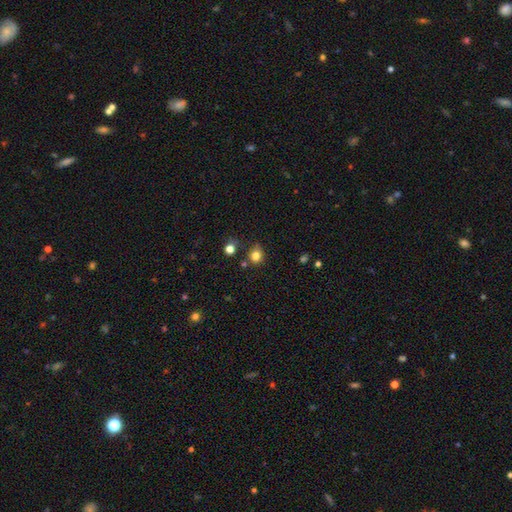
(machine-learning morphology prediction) Smooth or featured: smooth — 81% (star or artifact — 13%)
How rounded: round — 76% (in between — 23%)
Merging: none — 72% (minor disturbance — 18%)